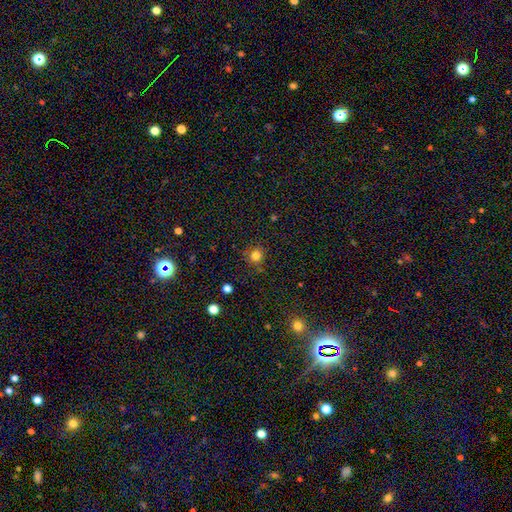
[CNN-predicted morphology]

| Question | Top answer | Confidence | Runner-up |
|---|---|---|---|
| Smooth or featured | smooth | 80% | star or artifact (14%) |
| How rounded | round | 91% | in between (8%) |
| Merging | none | 84% | minor disturbance (10%) |